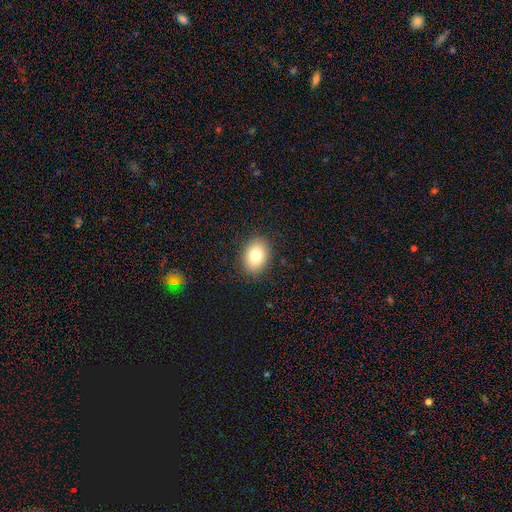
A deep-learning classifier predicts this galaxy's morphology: Q: Smooth or featured?
A: smooth (80%); runner-up: featured or disk (11%)
Q: How rounded?
A: in between (65%); runner-up: round (34%)
Q: Merging?
A: none (89%); runner-up: minor disturbance (8%)